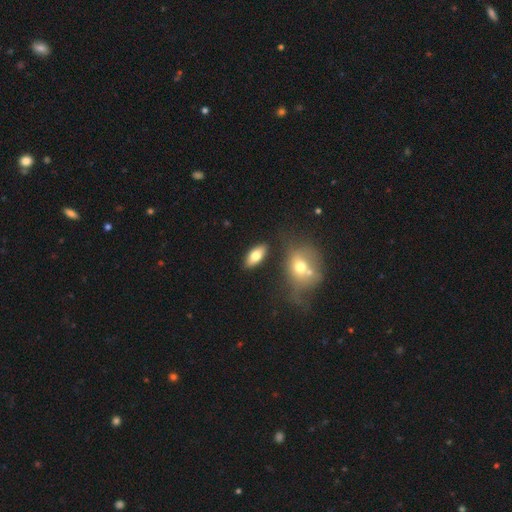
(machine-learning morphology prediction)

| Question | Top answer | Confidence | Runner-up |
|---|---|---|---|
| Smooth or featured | smooth | 74% | featured or disk (19%) |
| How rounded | in between | 86% | cigar-shaped (10%) |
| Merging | none | 80% | minor disturbance (11%) |